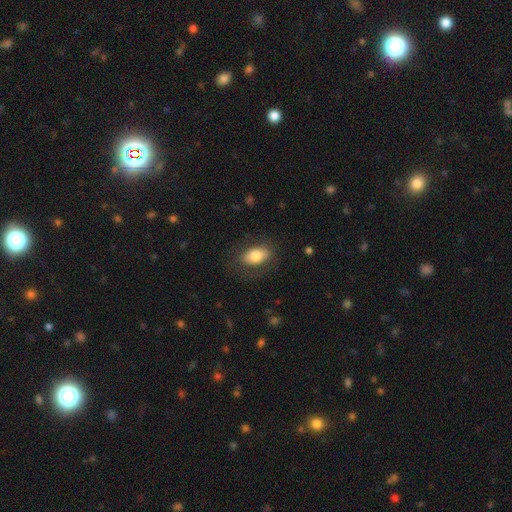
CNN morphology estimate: Smooth or featured?
  - smooth: 78% *
  - featured or disk: 15%
  - star or artifact: 7%
How rounded?
  - in between: 90% *
  - round: 8%
  - cigar-shaped: 2%
Merging?
  - none: 76% *
  - minor disturbance: 15%
  - major disturbance: 8%
  - merger: 1%